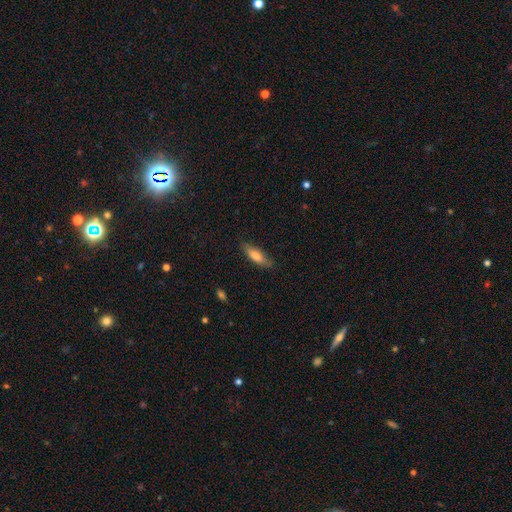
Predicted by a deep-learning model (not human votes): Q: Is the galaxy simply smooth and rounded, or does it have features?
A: smooth — 70%.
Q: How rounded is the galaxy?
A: cigar-shaped — 53%.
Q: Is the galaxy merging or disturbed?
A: none — 81%.